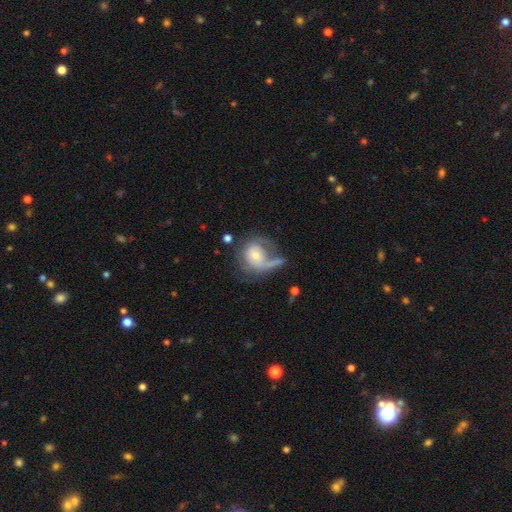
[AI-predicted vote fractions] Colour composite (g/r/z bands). It shows a featured or disk galaxy (61%) with no bar (70%), spiral arms (70%) and a moderate central bulge (46%). Merging: major disturbance (35%).